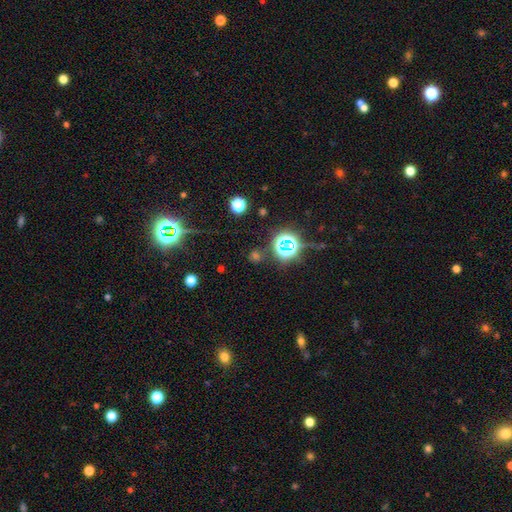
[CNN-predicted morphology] Smooth or featured: star or artifact — 63% (smooth — 29%)